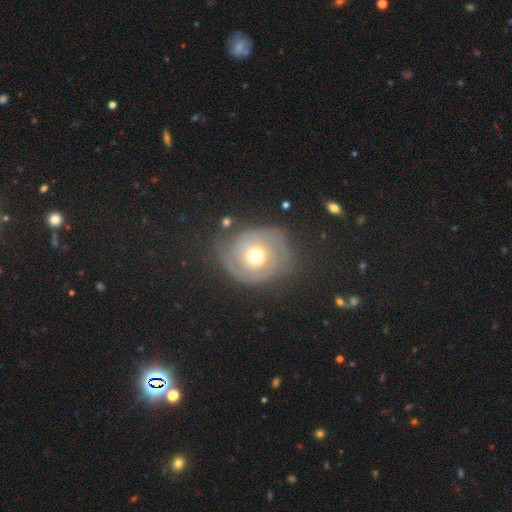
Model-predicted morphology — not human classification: featured or disk 60%, smooth 31%, star or artifact 8%. Down the decision tree: edge-on disk — no (96%); bar — no (84%); spiral arms — yes (67%); bulge size — moderate (72%); merging — none (61%).